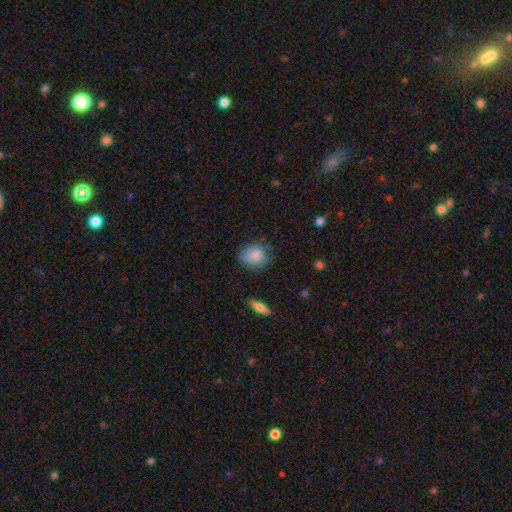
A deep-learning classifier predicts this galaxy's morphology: Smooth or featured?
  - smooth: 81% *
  - featured or disk: 12%
  - star or artifact: 7%
How rounded?
  - in between: 50% *
  - round: 49%
  - cigar-shaped: 1%
Merging?
  - none: 61% *
  - minor disturbance: 29%
  - major disturbance: 8%
  - merger: 2%